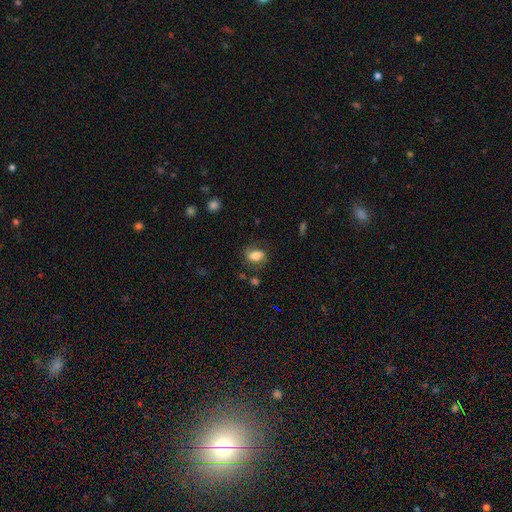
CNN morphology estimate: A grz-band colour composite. It shows a smooth galaxy with no disk features (66%) that is in between round and cigar-shaped (79%). Merging: none (68%).